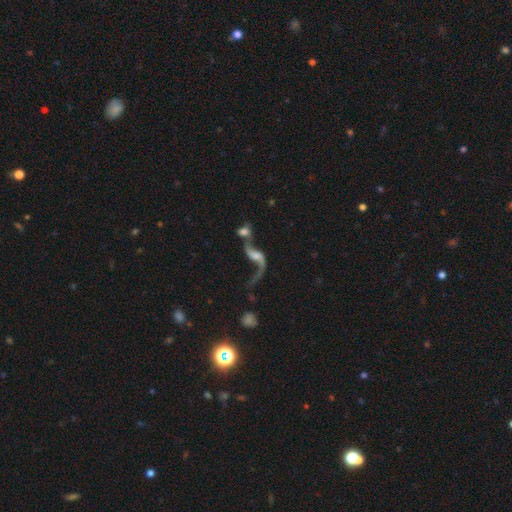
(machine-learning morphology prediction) Smooth or featured: featured or disk — 81% (smooth — 11%)
Edge-on disk: no — 93% (yes — 7%)
Bar: no — 47% (weak — 38%)
Spiral arms: yes — 89% (no — 11%)
Spiral winding: loose — 93% (medium — 5%)
Spiral arm count: 2 — 81% (1 — 14%)
Bulge size: moderate — 34% (small — 28%)
Merging: merger — 53% (none — 25%)